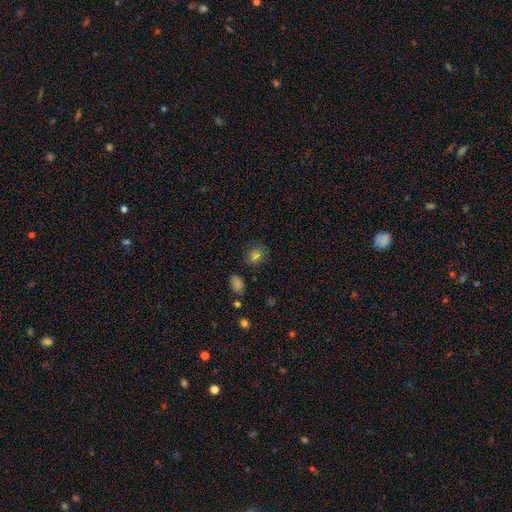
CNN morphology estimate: A smooth galaxy with no disk features (79%) that is round (60%).

Vote fractions:
- Smooth or featured? smooth: 79% / star or artifact: 14% / featured or disk: 7%
- How rounded? round: 60% / in between: 39% / cigar-shaped: 1%
- Merging? none: 79% / minor disturbance: 14% / major disturbance: 4% / merger: 3%